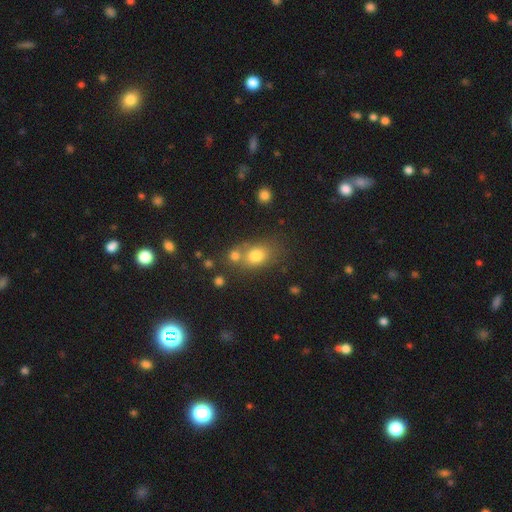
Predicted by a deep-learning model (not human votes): smooth-or-featured: smooth: 76% | star or artifact: 13% | featured or disk: 11%
  how-rounded: in between: 61% | round: 37% | cigar-shaped: 2%
  merging: none: 50% | merger: 31% | minor disturbance: 13% | major disturbance: 6%